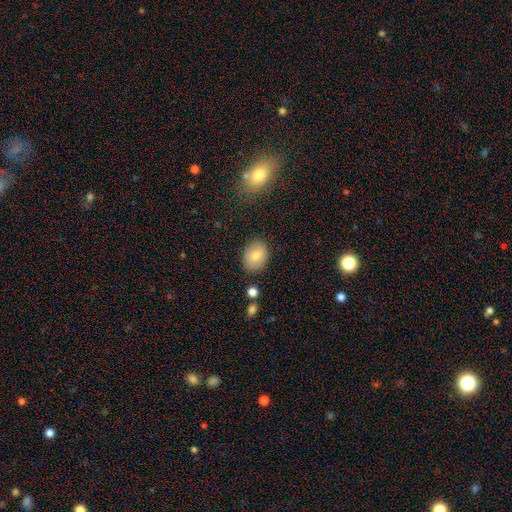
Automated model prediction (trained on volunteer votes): smooth-or-featured: smooth: 79% | featured or disk: 13% | star or artifact: 8%
  how-rounded: in between: 66% | round: 33% | cigar-shaped: 1%
  merging: none: 84% | minor disturbance: 11% | major disturbance: 3% | merger: 2%